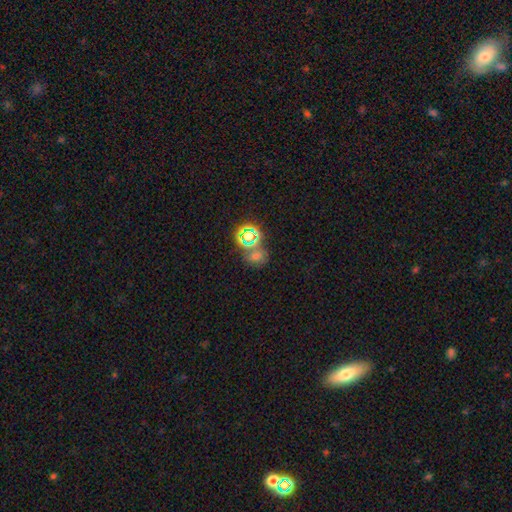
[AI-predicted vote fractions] A star or artifact, not a galaxy (49%).